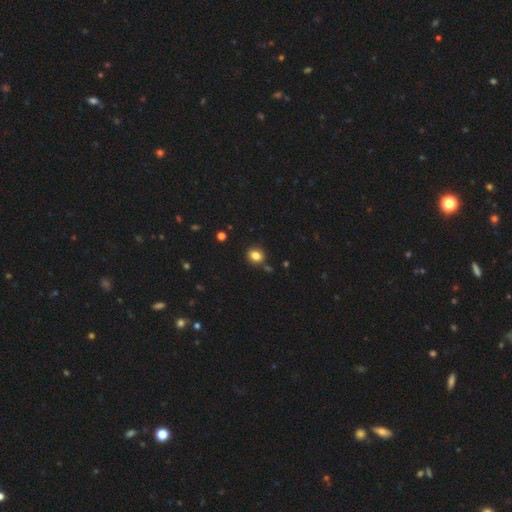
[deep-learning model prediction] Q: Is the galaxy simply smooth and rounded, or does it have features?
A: smooth — 83%.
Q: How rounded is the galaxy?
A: round — 61%.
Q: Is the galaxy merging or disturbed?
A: none — 82%.